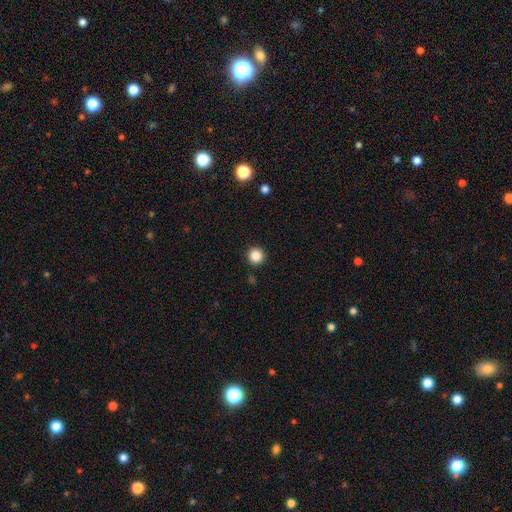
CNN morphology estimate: A smooth galaxy with no disk features (86%) that is round (95%). Merging: none (91%).